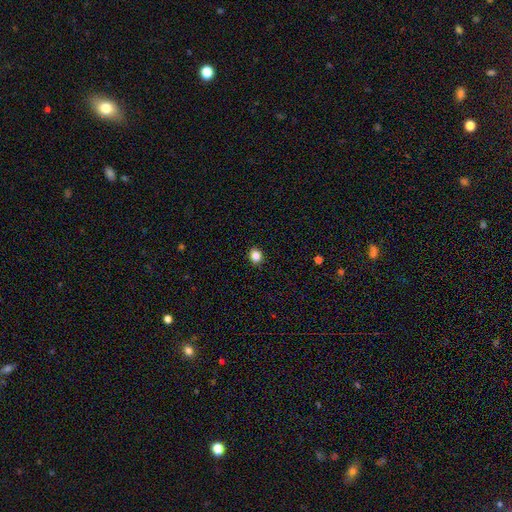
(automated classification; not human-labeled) This appears to be a smooth galaxy with no disk features (85%) that is round (74%). Merging: none (92%).